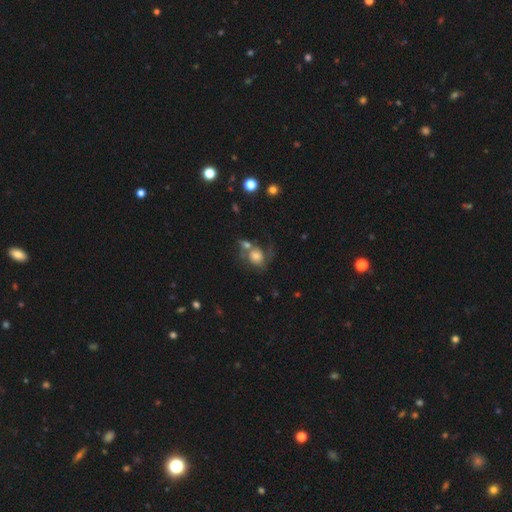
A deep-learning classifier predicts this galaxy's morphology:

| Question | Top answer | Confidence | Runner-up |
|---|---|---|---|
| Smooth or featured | smooth | 51% | featured or disk (39%) |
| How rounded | round | 69% | in between (30%) |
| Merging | none | 31% | tied: merger (31%) |